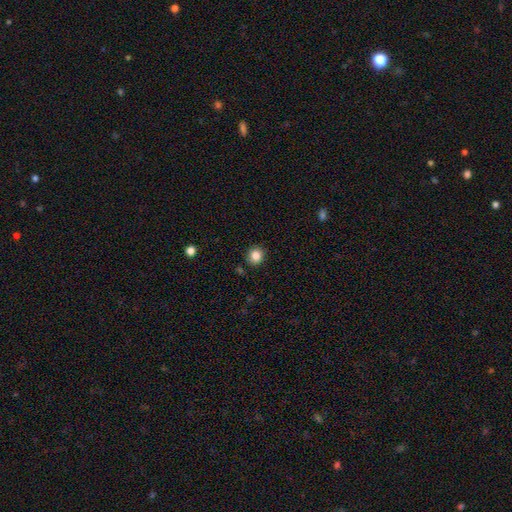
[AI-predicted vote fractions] This is clearly a smooth galaxy (85%). How rounded: clearly round (84%). Merging: clearly none (89%).